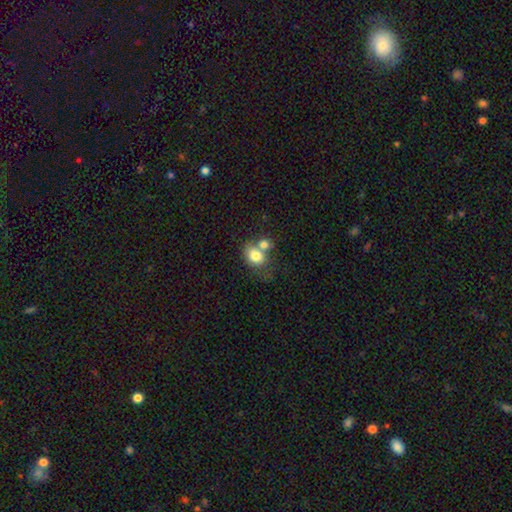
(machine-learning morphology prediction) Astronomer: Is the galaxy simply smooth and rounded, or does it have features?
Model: smooth — 76%.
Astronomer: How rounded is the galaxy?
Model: in between — 53% (runner-up: round, 46%).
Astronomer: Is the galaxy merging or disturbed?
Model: merger — 54%.